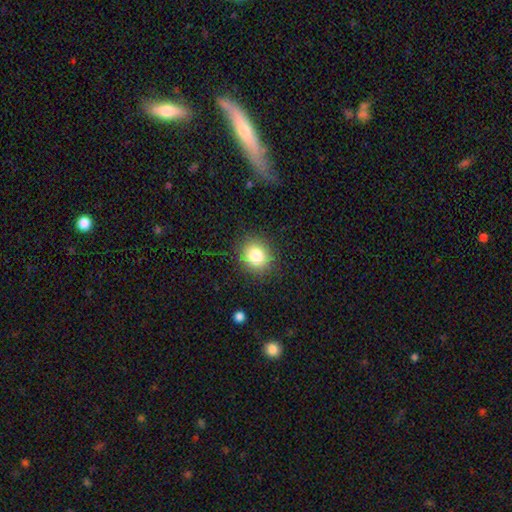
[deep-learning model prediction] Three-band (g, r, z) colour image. It shows a smooth galaxy with no disk features (80%) that is round (81%). Merging: none (87%).